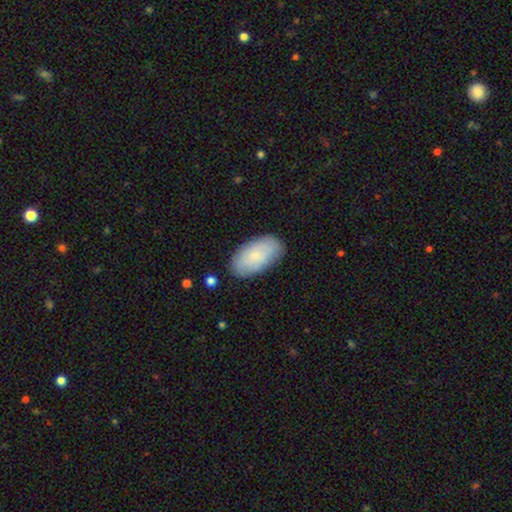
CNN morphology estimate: smooth 77%, featured or disk 17%, star or artifact 6%. Down the decision tree: how rounded — in between (95%); merging — none (82%).